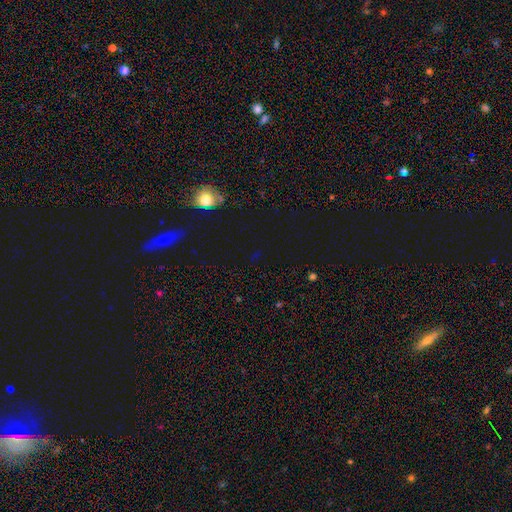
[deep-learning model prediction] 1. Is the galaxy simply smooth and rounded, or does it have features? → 72% star or artifact, 19% smooth, 9% featured or disk.